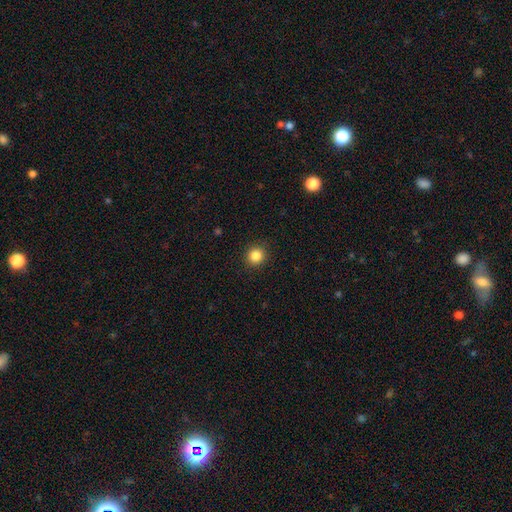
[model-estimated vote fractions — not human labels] Smooth or featured? Predicted: smooth (p=0.85). How rounded? Predicted: round (p=0.92). Merging? Predicted: none (p=0.92).